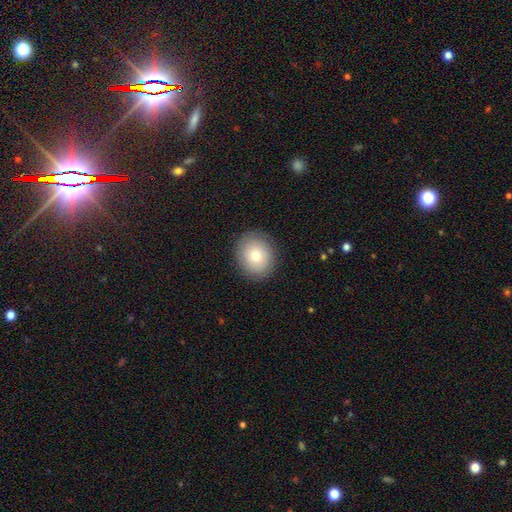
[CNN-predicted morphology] smooth 76%, featured or disk 16%, star or artifact 8%. Down the decision tree: how rounded — round (69%); merging — none (87%).